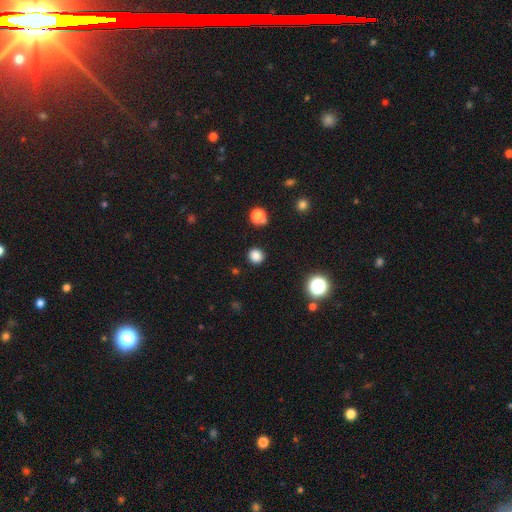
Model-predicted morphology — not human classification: Smooth or featured? smooth (83%)
How rounded? round (92%)
Merging? none (90%)